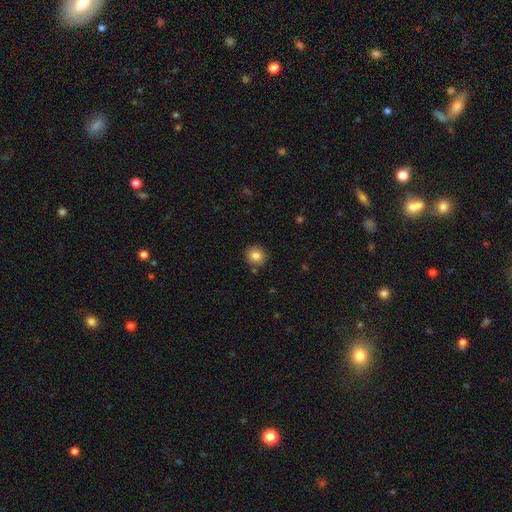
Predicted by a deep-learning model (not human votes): Q: Smooth or featured?
A: smooth (83%); runner-up: star or artifact (10%)
Q: How rounded?
A: round (91%); runner-up: in between (8%)
Q: Merging?
A: none (88%); runner-up: minor disturbance (7%)